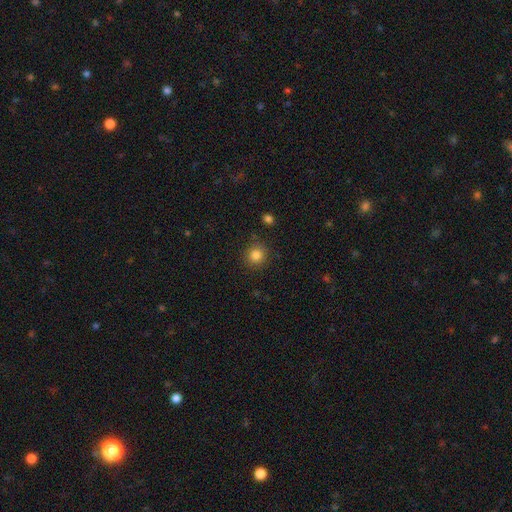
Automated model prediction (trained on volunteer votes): Smooth or featured?
  - smooth: 83% *
  - star or artifact: 12%
  - featured or disk: 5%
How rounded?
  - round: 89% *
  - in between: 10%
  - cigar-shaped: 1%
Merging?
  - none: 87% *
  - minor disturbance: 8%
  - major disturbance: 3%
  - merger: 2%